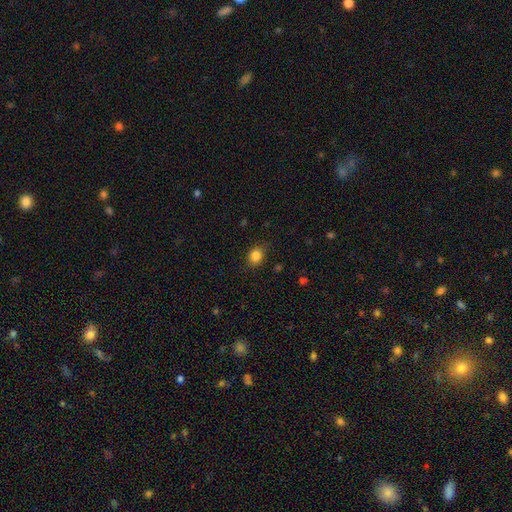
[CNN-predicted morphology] smooth 85%, star or artifact 10%, featured or disk 5%. Down the decision tree: how rounded — round (51%); merging — none (81%).